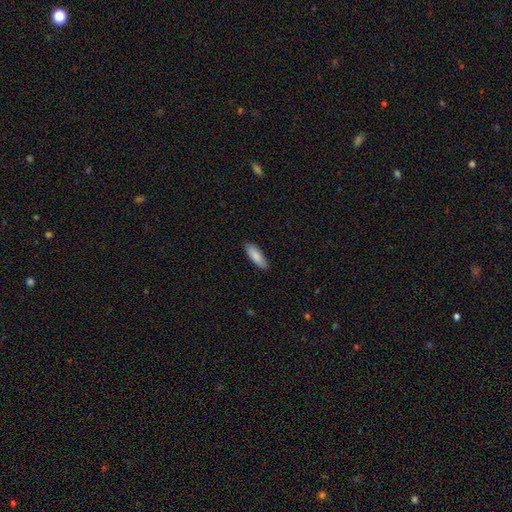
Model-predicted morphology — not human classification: smooth-or-featured: smooth: 86% | featured or disk: 8% | star or artifact: 5%
  how-rounded: in between: 62% | cigar-shaped: 37% | round: 1%
  merging: none: 87% | minor disturbance: 10% | major disturbance: 2% | merger: 1%